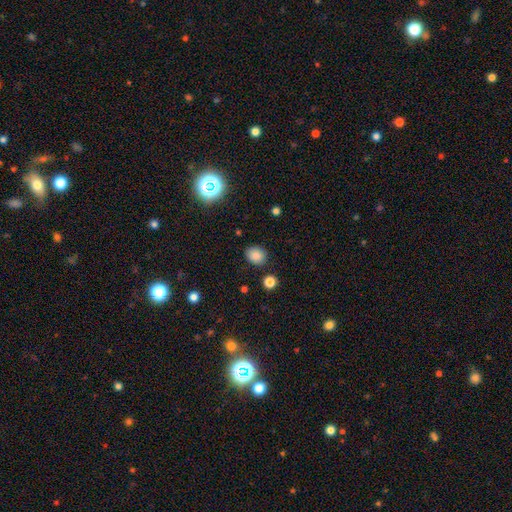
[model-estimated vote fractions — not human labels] Smooth or featured: smooth — 84% (star or artifact — 12%)
How rounded: round — 54% (in between — 45%)
Merging: none — 84% (minor disturbance — 11%)